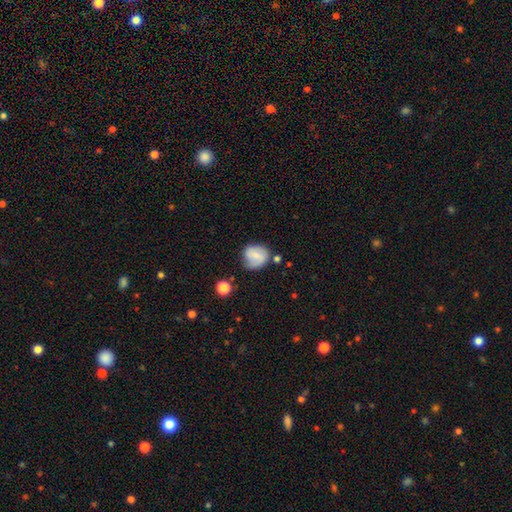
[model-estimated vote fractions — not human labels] Smooth or featured?
  - smooth: 61% *
  - featured or disk: 30%
  - star or artifact: 8%
How rounded?
  - round: 77% *
  - in between: 22%
  - cigar-shaped: 1%
Merging?
  - none: 60% *
  - minor disturbance: 26%
  - major disturbance: 8%
  - merger: 7%